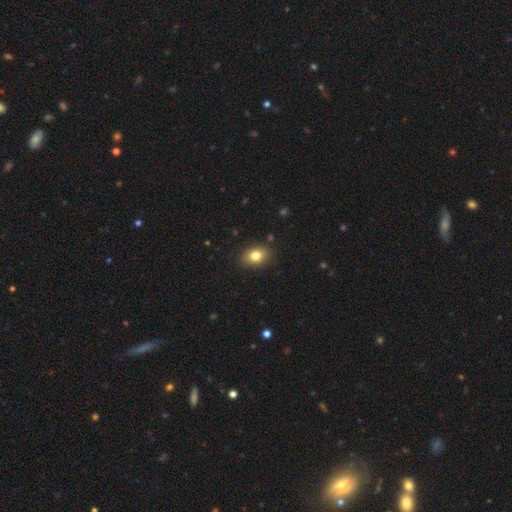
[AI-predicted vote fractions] smooth 80%, star or artifact 10%, featured or disk 10%. Down the decision tree: how rounded — in between (67%); merging — none (87%).